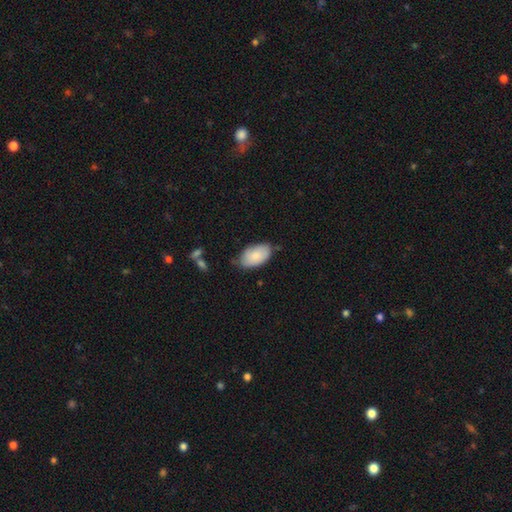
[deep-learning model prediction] A smooth galaxy with no disk features (81%) that is in between round and cigar-shaped (94%). Merging: none (64%).